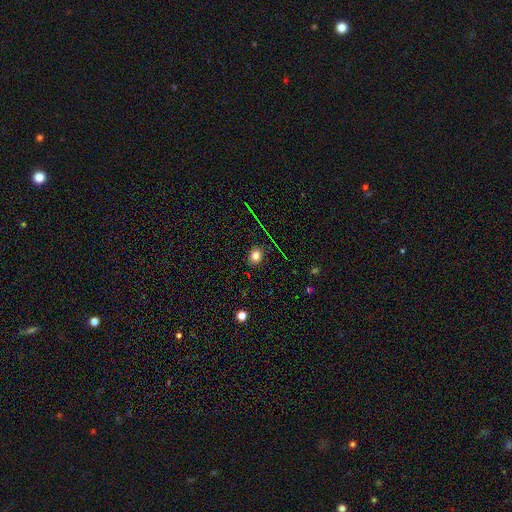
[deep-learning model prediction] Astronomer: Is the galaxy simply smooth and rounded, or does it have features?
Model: smooth — 76%.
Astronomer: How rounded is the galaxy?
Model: round — 60% (runner-up: in between, 39%).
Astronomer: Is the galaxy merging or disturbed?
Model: none — 87%.